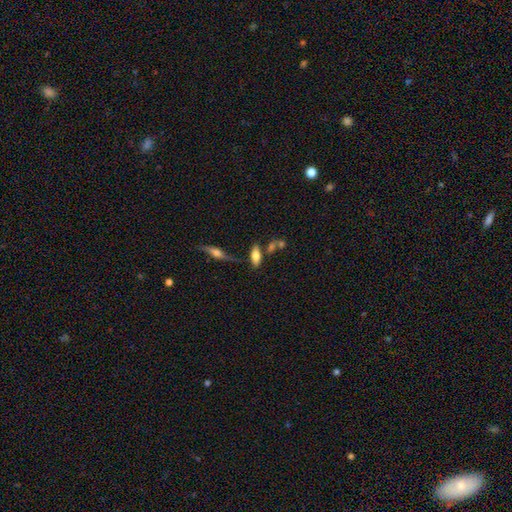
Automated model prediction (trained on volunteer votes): smooth_or_featured: smooth (p=0.63) [alt: featured or disk p=0.28]
how_rounded: in between (p=0.78) [alt: cigar-shaped p=0.19]
merging: none (p=0.60) [alt: merger p=0.18]